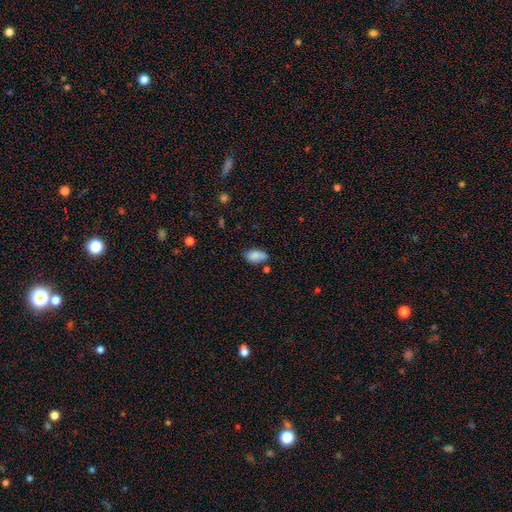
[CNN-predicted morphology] The model was most divided on "merging": none: 58%, minor disturbance: 26%, merger: 9%, major disturbance: 6%. More confident: how rounded — in between (91%); smooth or featured — smooth (83%).